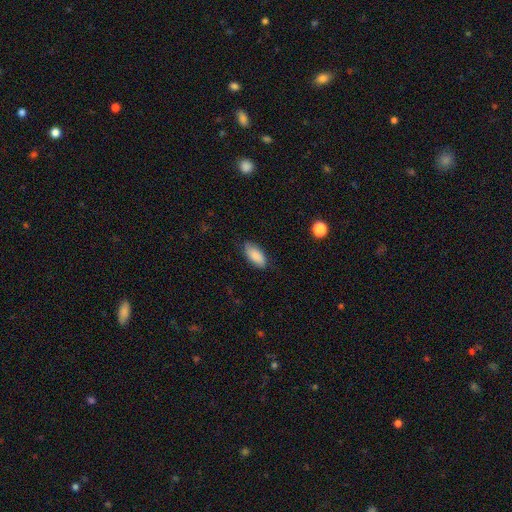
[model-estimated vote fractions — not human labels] Smooth or featured: smooth — 86% (featured or disk — 7%)
How rounded: in between — 88% (cigar-shaped — 10%)
Merging: none — 80% (minor disturbance — 16%)